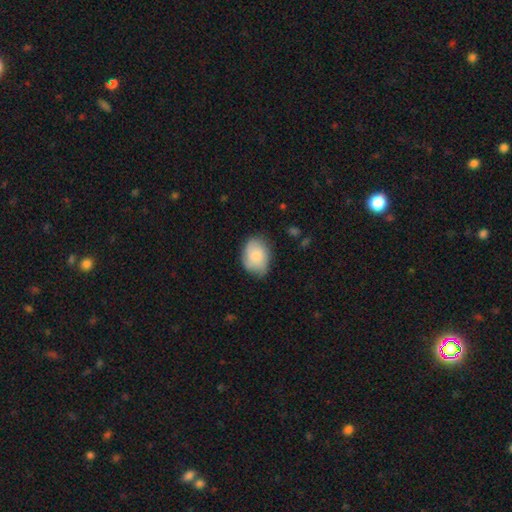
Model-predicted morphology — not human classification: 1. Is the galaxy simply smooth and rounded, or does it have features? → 80% smooth, 13% featured or disk, 6% star or artifact.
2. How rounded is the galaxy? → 75% in between, 24% round, 1% cigar-shaped.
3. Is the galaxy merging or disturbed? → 69% none, 25% minor disturbance, 5% major disturbance, 1% merger.